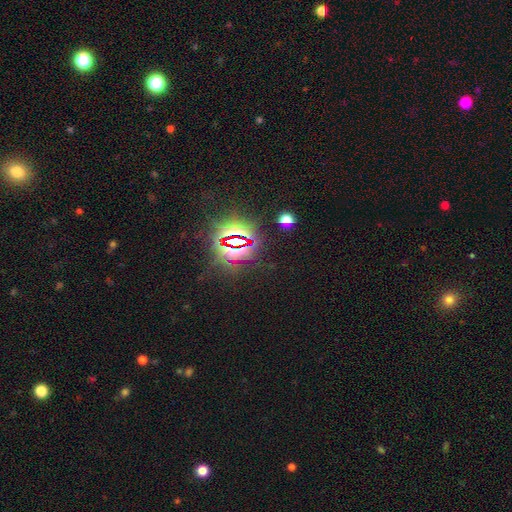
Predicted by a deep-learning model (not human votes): Smooth or featured? Predicted: star or artifact (p=0.83).